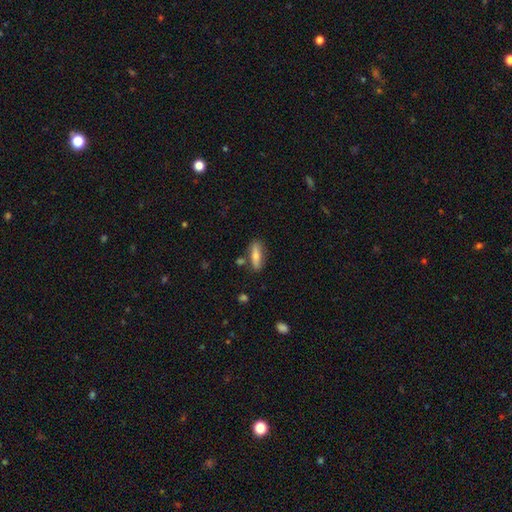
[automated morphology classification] Q: Smooth or featured?
A: smooth (68%); runner-up: featured or disk (25%)
Q: How rounded?
A: cigar-shaped (49%); runner-up: in between (48%)
Q: Merging?
A: none (77%); runner-up: minor disturbance (14%)